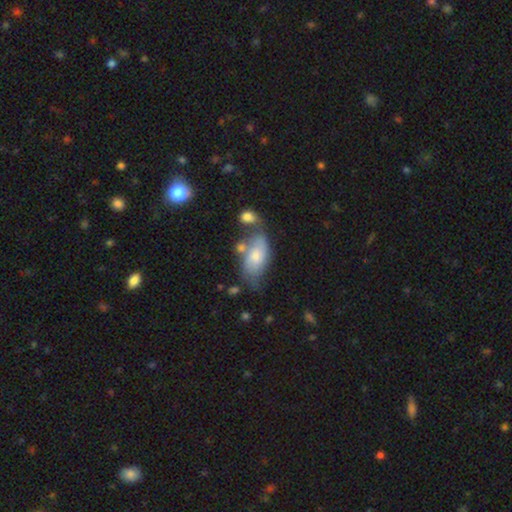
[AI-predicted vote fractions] Q: Smooth or featured?
A: smooth (58%); runner-up: featured or disk (35%)
Q: How rounded?
A: in between (91%); runner-up: cigar-shaped (5%)
Q: Merging?
A: none (42%); runner-up: minor disturbance (28%)